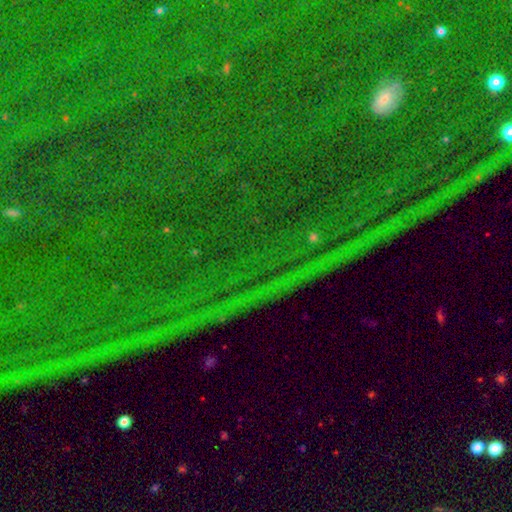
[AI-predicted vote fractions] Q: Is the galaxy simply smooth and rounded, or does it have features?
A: star or artifact — 82%.